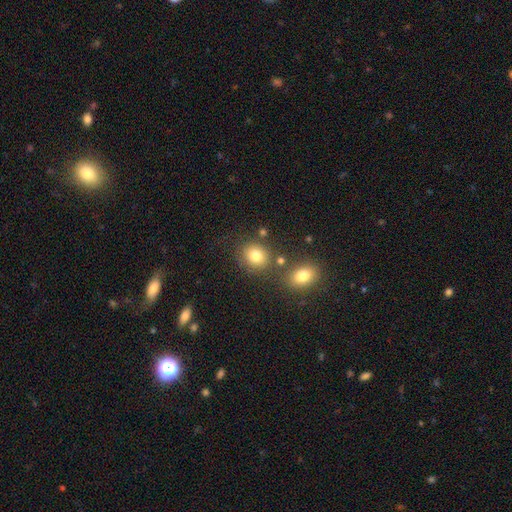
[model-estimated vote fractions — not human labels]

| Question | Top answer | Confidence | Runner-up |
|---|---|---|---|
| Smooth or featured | smooth | 80% | star or artifact (12%) |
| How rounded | round | 72% | in between (27%) |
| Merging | none | 73% | merger (12%) |